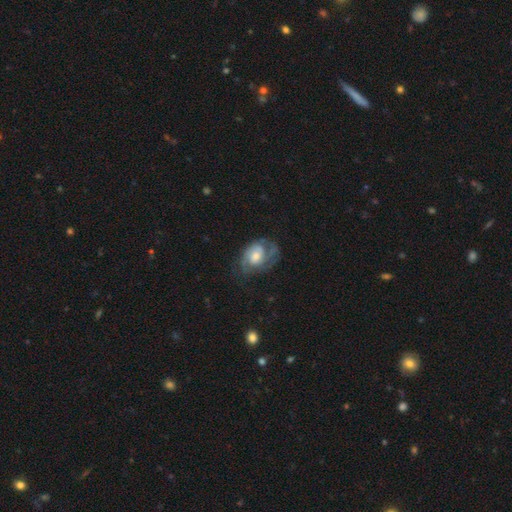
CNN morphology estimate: Q: Smooth or featured?
A: featured or disk (73%); runner-up: smooth (21%)
Q: Edge-on disk?
A: no (97%); runner-up: yes (3%)
Q: Bar?
A: no (63%); runner-up: weak (32%)
Q: Spiral arms?
A: yes (90%); runner-up: no (10%)
Q: Spiral winding?
A: medium (44%); runner-up: tight (39%)
Q: Spiral arm count?
A: 2 (56%); runner-up: can't tell (20%)
Q: Bulge size?
A: moderate (54%); runner-up: large (20%)
Q: Merging?
A: none (57%); runner-up: minor disturbance (23%)